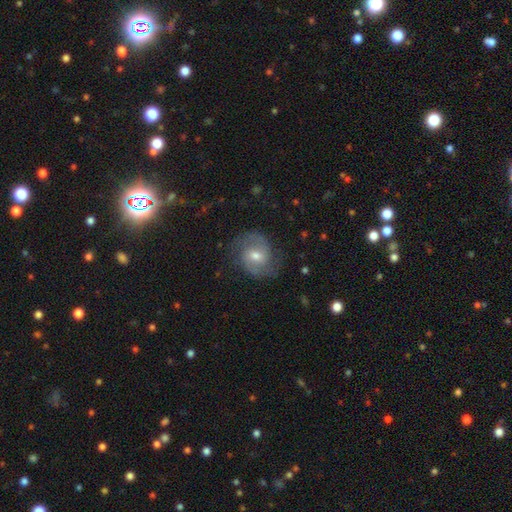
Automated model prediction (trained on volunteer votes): smooth_or_featured: featured or disk (p=0.78) [alt: smooth p=0.15]
disk_edge_on: no (p=0.98) [alt: yes p=0.02]
bar: weak (p=0.46) [alt: no p=0.45]
has_spiral_arms: yes (p=0.94) [alt: no p=0.06]
spiral_winding: medium (p=0.52) [alt: tight p=0.29]
spiral_arm_count: 2 (p=0.89) [alt: can't tell p=0.05]
bulge_size: moderate (p=0.64) [alt: small p=0.30]
merging: none (p=0.77) [alt: minor disturbance p=0.15]